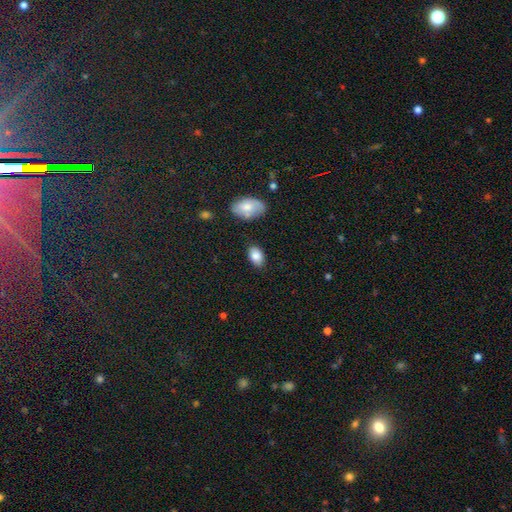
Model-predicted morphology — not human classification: Q: Smooth or featured?
A: smooth (85%); runner-up: featured or disk (8%)
Q: How rounded?
A: in between (91%); runner-up: round (8%)
Q: Merging?
A: none (82%); runner-up: minor disturbance (12%)